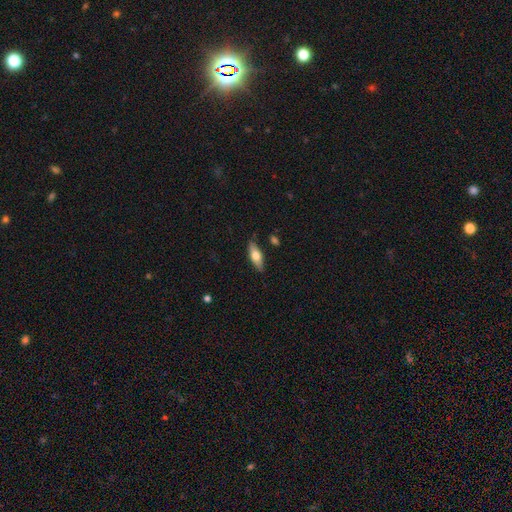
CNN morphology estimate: Smooth or featured?
  - smooth: 63% *
  - featured or disk: 31%
  - star or artifact: 6%
How rounded?
  - in between: 66% *
  - cigar-shaped: 32%
  - round: 3%
Merging?
  - none: 84% *
  - minor disturbance: 12%
  - major disturbance: 2%
  - merger: 2%